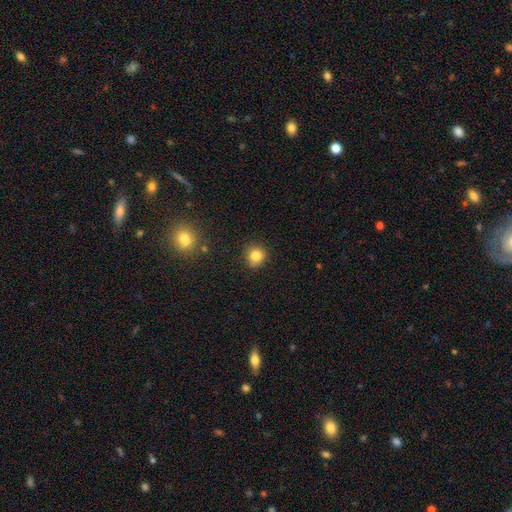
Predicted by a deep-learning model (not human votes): This appears to be a smooth galaxy with no disk features (82%) that is round (87%). Merging: none (82%).